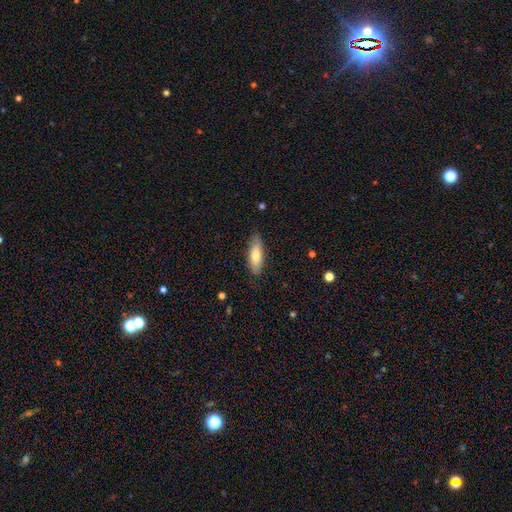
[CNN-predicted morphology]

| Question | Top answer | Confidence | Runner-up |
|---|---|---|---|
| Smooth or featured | smooth | 74% | featured or disk (20%) |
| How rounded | in between | 59% | cigar-shaped (39%) |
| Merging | none | 82% | minor disturbance (14%) |